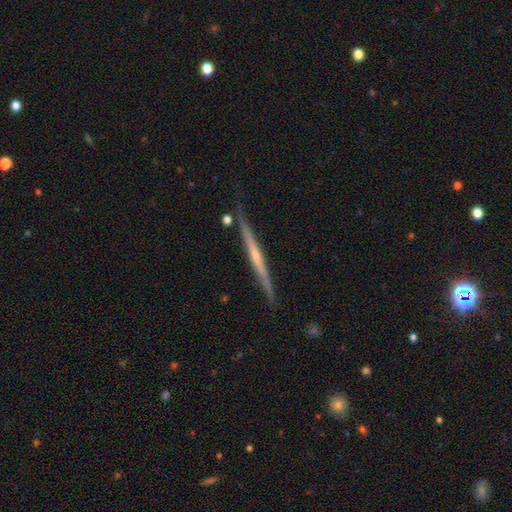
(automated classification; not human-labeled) Q: Smooth or featured?
A: featured or disk (74%); runner-up: smooth (20%)
Q: Edge-on disk?
A: yes (97%); runner-up: no (3%)
Q: Edge-on bulge?
A: rounded (51%); runner-up: none (45%)
Q: Merging?
A: none (81%); runner-up: minor disturbance (14%)